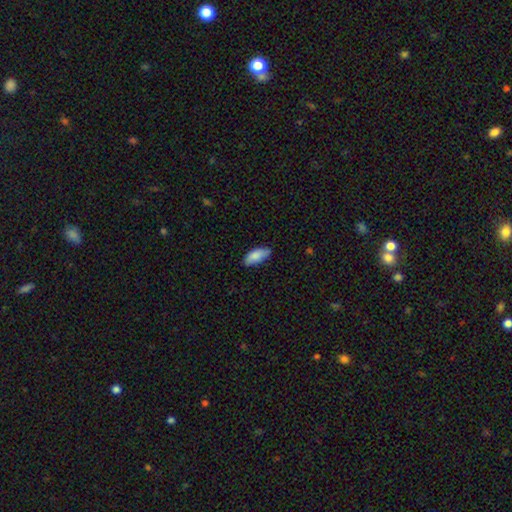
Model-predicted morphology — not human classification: Smooth or featured: smooth — 86% (featured or disk — 8%)
How rounded: in between — 85% (cigar-shaped — 14%)
Merging: none — 79% (minor disturbance — 18%)